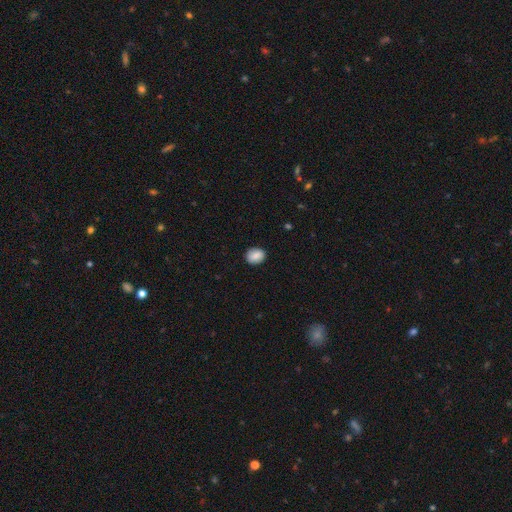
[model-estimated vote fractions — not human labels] Smooth or featured? Predicted: smooth (p=0.86). How rounded? Predicted: in between (p=0.52). Merging? Predicted: none (p=0.87).